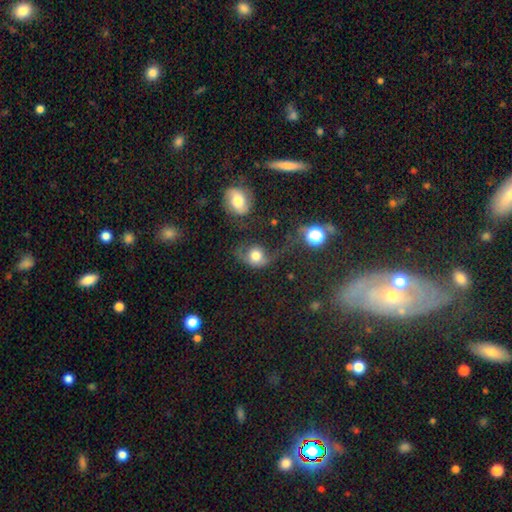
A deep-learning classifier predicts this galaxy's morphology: The model was most divided on "merging": major disturbance: 35%, none: 31%, minor disturbance: 25%, merger: 10%. More confident: smooth or featured — smooth (66%); how rounded — round (63%).